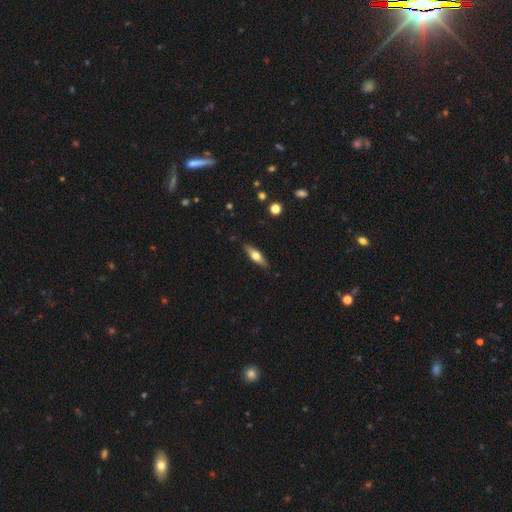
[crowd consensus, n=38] Volunteers were most divided on "smooth or featured": featured or disk: 58%, smooth: 37%, star or artifact: 5%. More confident: edge-on bulge — rounded (100%); edge-on disk — yes (95%); merging — none (94%).